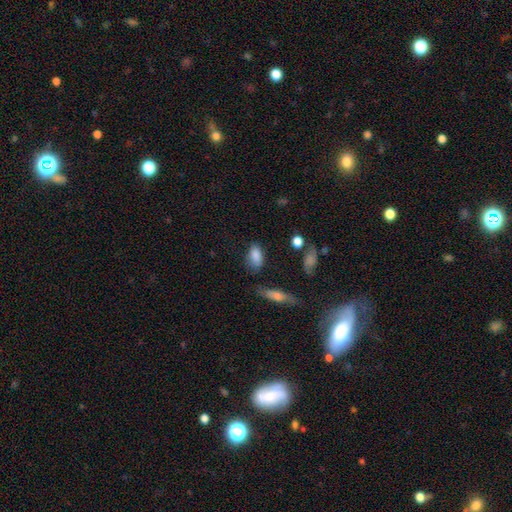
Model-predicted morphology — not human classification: smooth_or_featured: smooth (p=0.84) [alt: star or artifact p=0.08]
how_rounded: in between (p=0.90) [alt: cigar-shaped p=0.05]
merging: none (p=0.65) [alt: minor disturbance p=0.23]